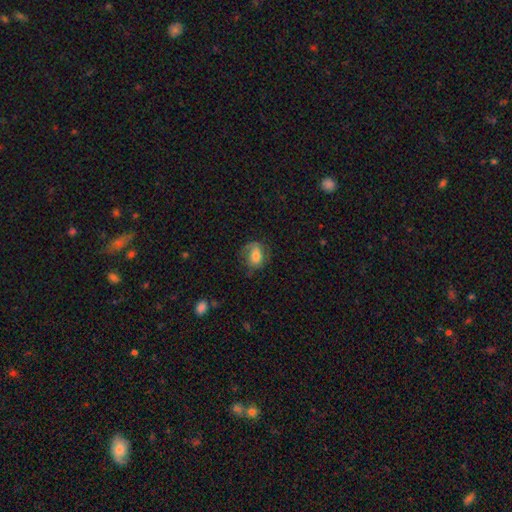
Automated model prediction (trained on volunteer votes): This is possibly a smooth galaxy (59%). How rounded: likely in between (60%). Merging: possibly none (54%).